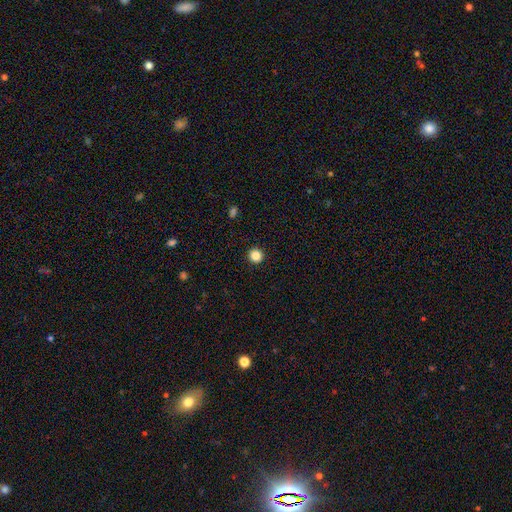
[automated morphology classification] smooth 85%, star or artifact 11%, featured or disk 3%. Down the decision tree: how rounded — round (95%); merging — none (94%).